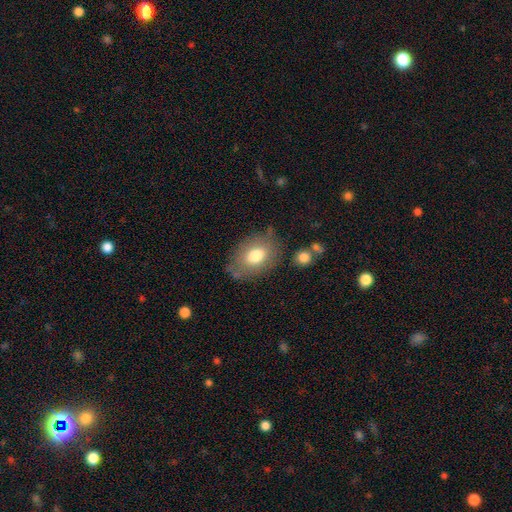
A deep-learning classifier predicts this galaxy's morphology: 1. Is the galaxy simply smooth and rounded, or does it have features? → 75% smooth, 17% featured or disk, 8% star or artifact.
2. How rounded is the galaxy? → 76% in between, 23% round, 1% cigar-shaped.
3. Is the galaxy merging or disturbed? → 71% none, 19% minor disturbance, 6% major disturbance, 5% merger.